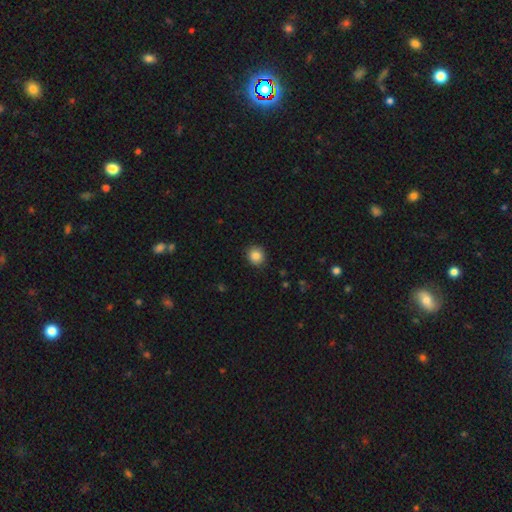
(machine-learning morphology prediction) Smooth or featured?
  - smooth: 85% *
  - star or artifact: 10%
  - featured or disk: 5%
How rounded?
  - round: 84% *
  - in between: 15%
  - cigar-shaped: 1%
Merging?
  - none: 91% *
  - minor disturbance: 6%
  - major disturbance: 2%
  - merger: 1%